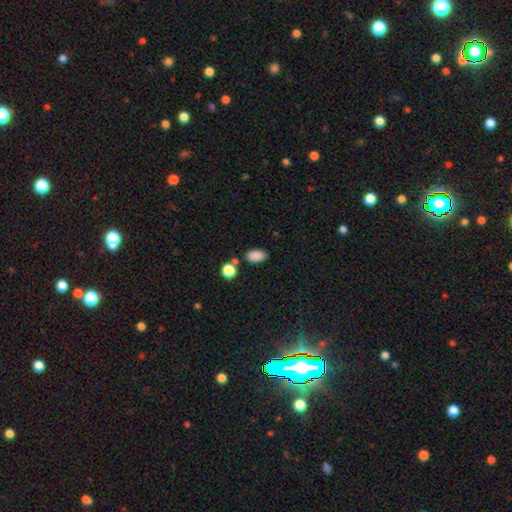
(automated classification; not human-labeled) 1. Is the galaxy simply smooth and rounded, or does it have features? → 87% smooth, 9% star or artifact, 4% featured or disk.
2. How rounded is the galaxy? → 91% in between, 7% round, 2% cigar-shaped.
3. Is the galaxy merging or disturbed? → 76% none, 12% minor disturbance, 9% merger, 3% major disturbance.